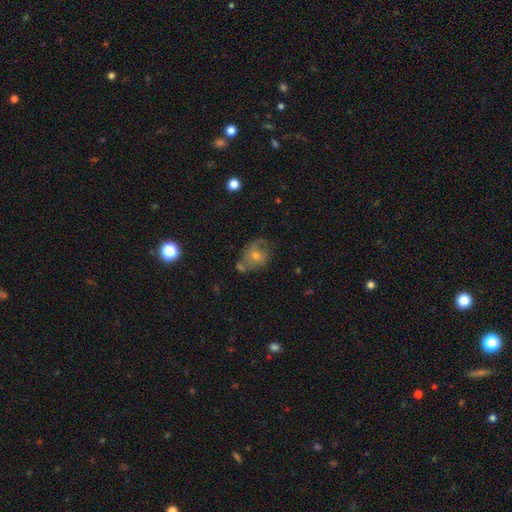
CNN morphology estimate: Overall: featured or disk (47%; smooth 41%). Merging: none (47%; minor disturbance 26%).